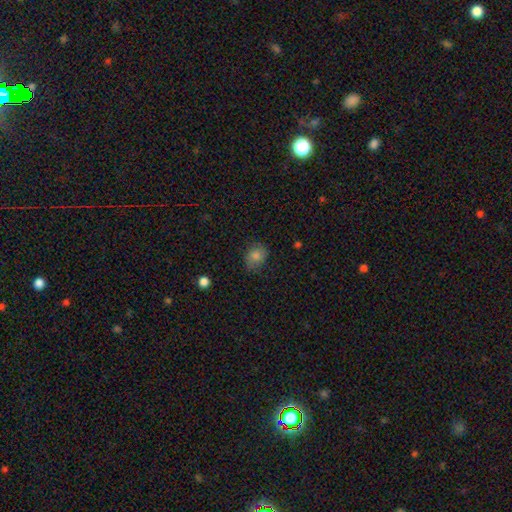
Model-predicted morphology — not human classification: A smooth galaxy with no disk features (77%) that is round (53%).

Vote fractions:
- Smooth or featured? smooth: 77% / star or artifact: 12% / featured or disk: 11%
- How rounded? round: 53% / in between: 46% / cigar-shaped: 1%
- Merging? none: 73% / minor disturbance: 21% / major disturbance: 5% / merger: 1%